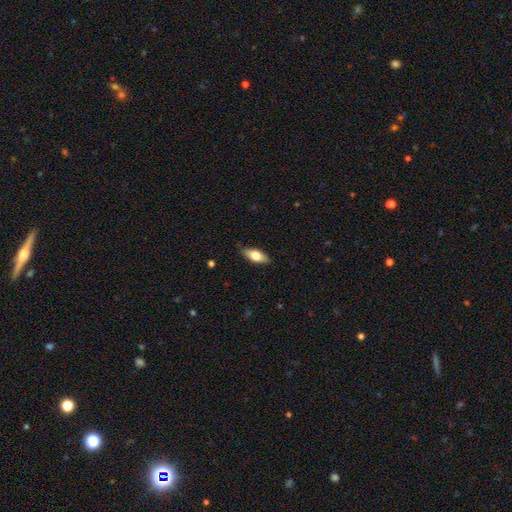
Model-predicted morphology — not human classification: Q: Smooth or featured?
A: smooth (68%); runner-up: featured or disk (26%)
Q: How rounded?
A: in between (80%); runner-up: cigar-shaped (17%)
Q: Merging?
A: none (85%); runner-up: minor disturbance (12%)